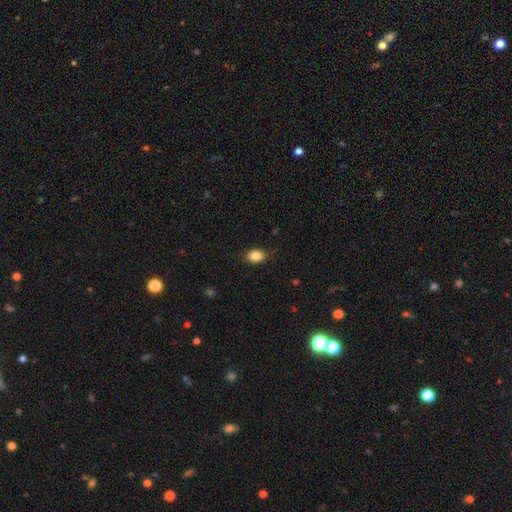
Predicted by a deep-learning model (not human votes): Smooth or featured: smooth — 86% (star or artifact — 9%)
How rounded: in between — 73% (round — 26%)
Merging: none — 85% (minor disturbance — 12%)